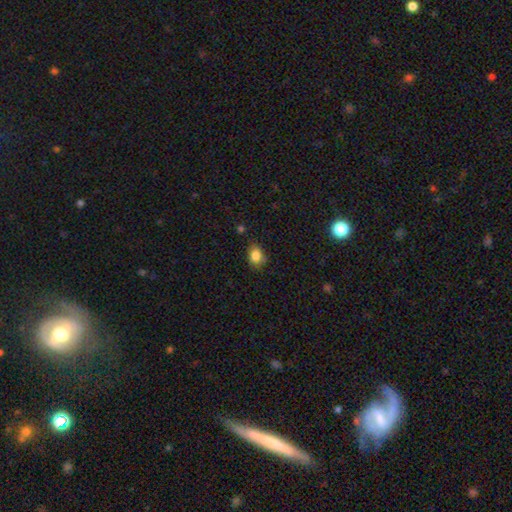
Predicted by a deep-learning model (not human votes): Smooth or featured? smooth (84%)
How rounded? in between (64%)
Merging? none (74%)